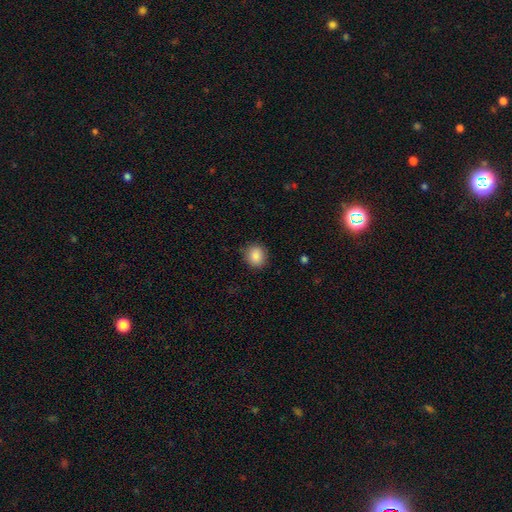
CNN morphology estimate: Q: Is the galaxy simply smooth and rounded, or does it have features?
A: smooth — 87%.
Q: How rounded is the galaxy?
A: round — 79%.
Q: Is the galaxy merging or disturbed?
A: none — 87%.